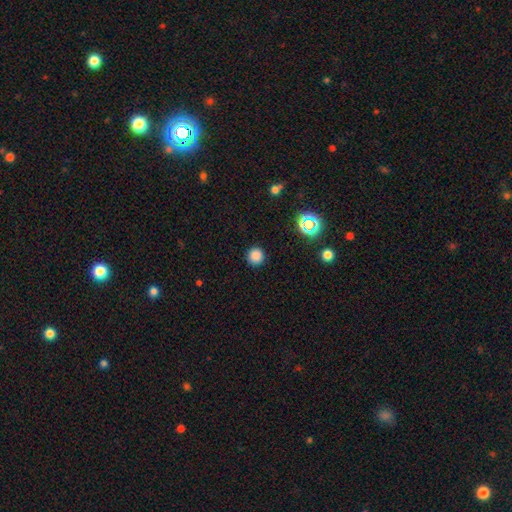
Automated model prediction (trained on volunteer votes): Q: Smooth or featured?
A: smooth (82%); runner-up: star or artifact (14%)
Q: How rounded?
A: round (95%); runner-up: in between (4%)
Q: Merging?
A: none (91%); runner-up: minor disturbance (6%)